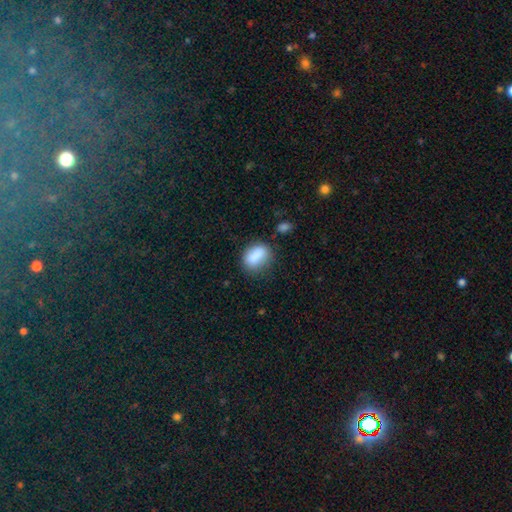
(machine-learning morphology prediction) This is clearly a smooth galaxy (85%). How rounded: likely in between (75%). Merging: likely none (68%).